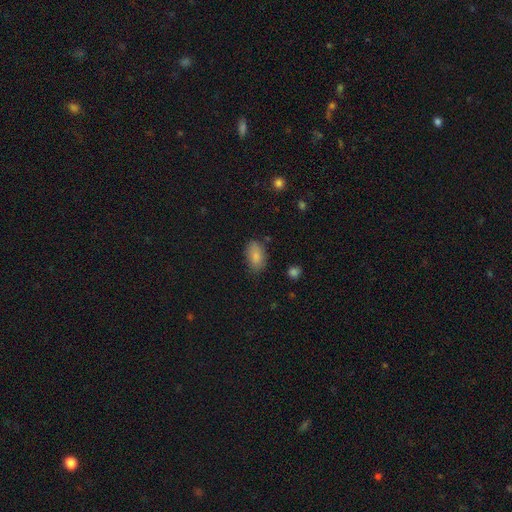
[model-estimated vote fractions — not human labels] Smooth or featured: smooth — 85% (star or artifact — 8%)
How rounded: in between — 92% (round — 6%)
Merging: none — 78% (minor disturbance — 16%)